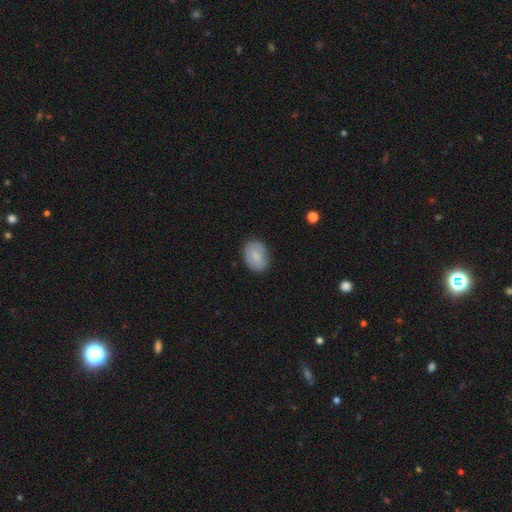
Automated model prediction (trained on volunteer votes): smooth 79%, featured or disk 14%, star or artifact 7%. Down the decision tree: how rounded — in between (71%); merging — none (80%).